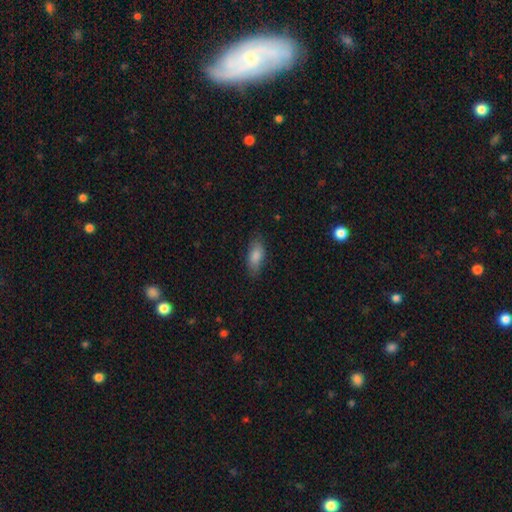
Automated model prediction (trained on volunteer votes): The model was most divided on "merging": none: 79%, minor disturbance: 16%, major disturbance: 4%, merger: 1%. More confident: how rounded — in between (85%); smooth or featured — smooth (83%).